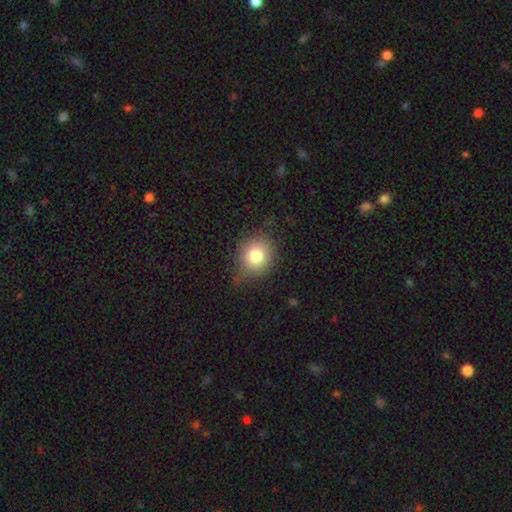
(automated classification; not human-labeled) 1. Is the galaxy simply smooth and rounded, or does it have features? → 79% smooth, 11% star or artifact, 10% featured or disk.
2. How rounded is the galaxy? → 77% round, 22% in between, 1% cigar-shaped.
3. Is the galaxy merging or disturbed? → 71% none, 22% minor disturbance, 6% major disturbance, 1% merger.